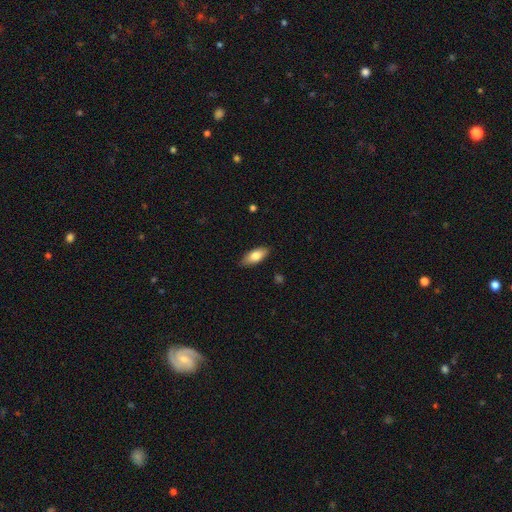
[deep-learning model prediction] A smooth galaxy with no disk features (79%) that is in between round and cigar-shaped (84%).

Vote fractions:
- Smooth or featured? smooth: 79% / featured or disk: 14% / star or artifact: 6%
- How rounded? in between: 84% / cigar-shaped: 14% / round: 2%
- Merging? none: 85% / minor disturbance: 12% / major disturbance: 2% / merger: 1%